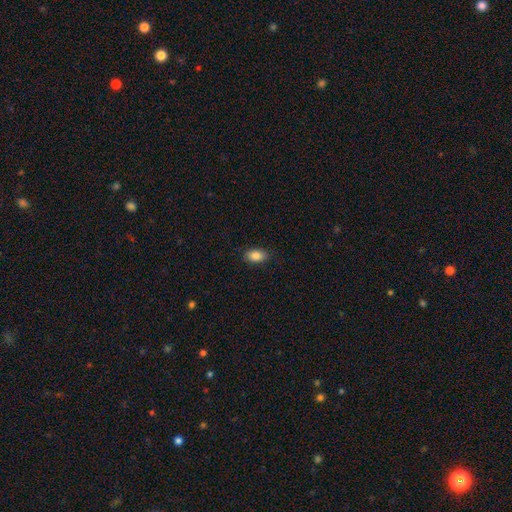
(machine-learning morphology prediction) A smooth galaxy with no disk features (87%) that is in between round and cigar-shaped (91%). Merging: none (86%).